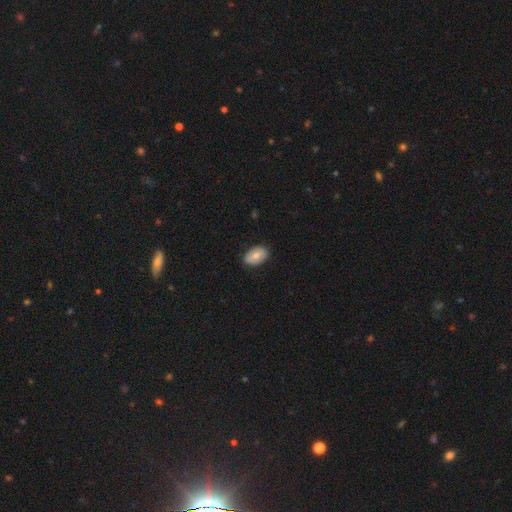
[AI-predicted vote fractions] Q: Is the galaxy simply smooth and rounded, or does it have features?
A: smooth — 72%.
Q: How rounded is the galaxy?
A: in between — 88%.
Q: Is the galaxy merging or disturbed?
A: none — 86%.